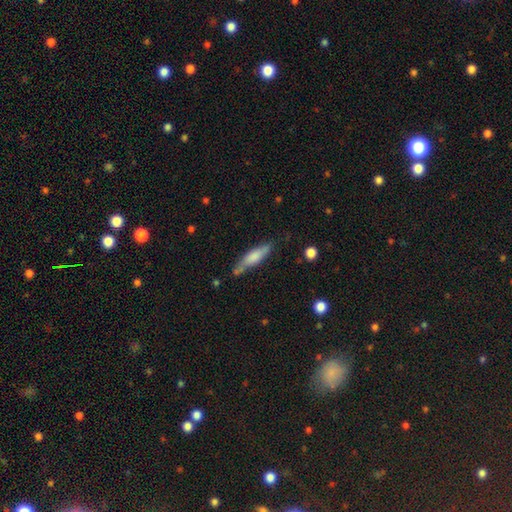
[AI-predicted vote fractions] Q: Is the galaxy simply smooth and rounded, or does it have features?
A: smooth — 52%.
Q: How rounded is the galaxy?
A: cigar-shaped — 76%.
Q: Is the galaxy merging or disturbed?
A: none — 73%.